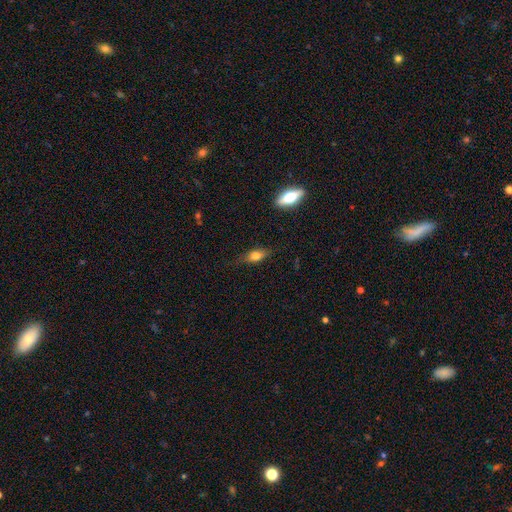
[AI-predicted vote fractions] The model was most divided on "smooth or featured": smooth: 70%, featured or disk: 22%, star or artifact: 9%. More confident: how rounded — in between (74%); merging — none (70%).